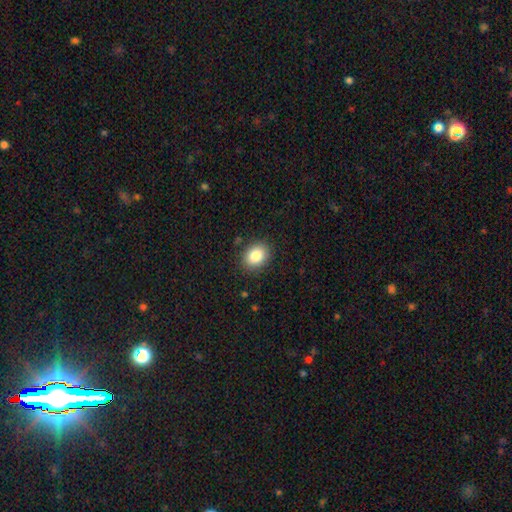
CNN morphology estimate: smooth-or-featured: smooth: 85% | star or artifact: 9% | featured or disk: 6%
  how-rounded: in between: 53% | round: 46% | cigar-shaped: 1%
  merging: none: 87% | minor disturbance: 9% | major disturbance: 3% | merger: 1%